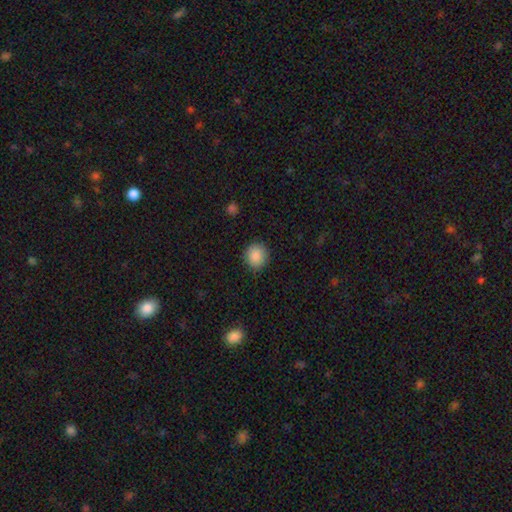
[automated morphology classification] Smooth or featured?
  - smooth: 88% *
  - star or artifact: 8%
  - featured or disk: 4%
How rounded?
  - round: 87% *
  - in between: 12%
  - cigar-shaped: 1%
Merging?
  - none: 88% *
  - minor disturbance: 9%
  - major disturbance: 2%
  - merger: 1%